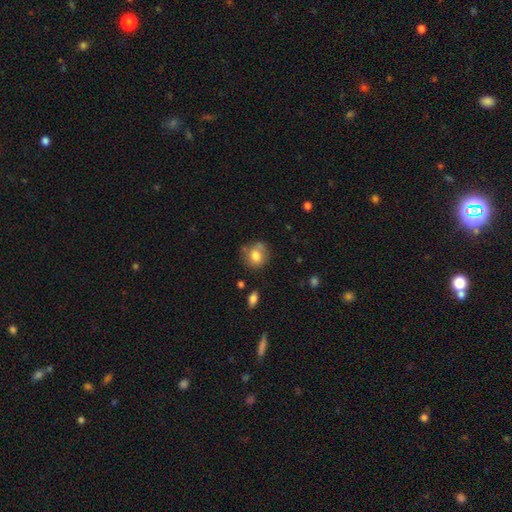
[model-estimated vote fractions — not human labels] Q: Smooth or featured?
A: smooth (75%); runner-up: featured or disk (16%)
Q: How rounded?
A: round (75%); runner-up: in between (24%)
Q: Merging?
A: none (61%); runner-up: minor disturbance (22%)